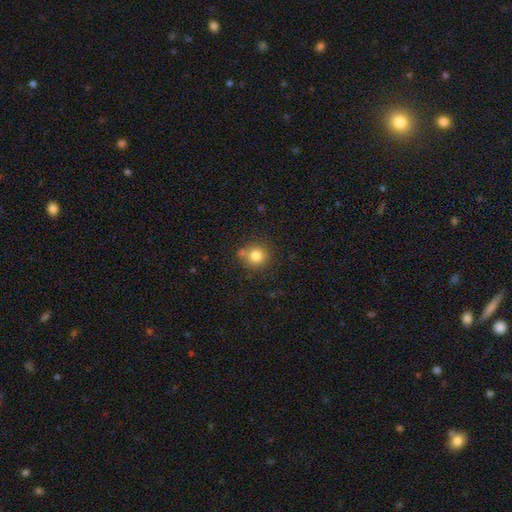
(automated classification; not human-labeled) The model was most divided on "merging": none: 72%, merger: 14%, minor disturbance: 11%, major disturbance: 3%. More confident: how rounded — round (92%); smooth or featured — smooth (80%).